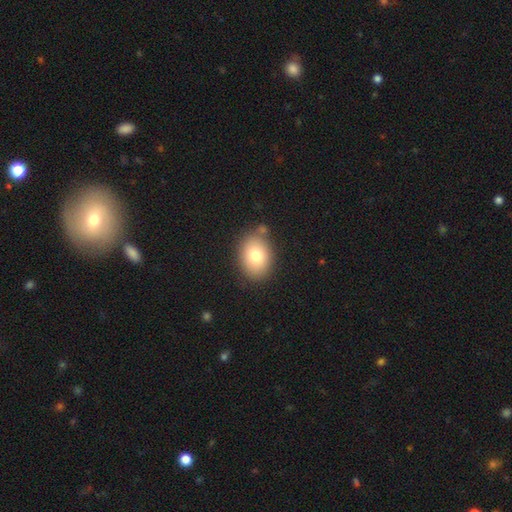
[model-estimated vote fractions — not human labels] This is likely a smooth galaxy (79%). How rounded: likely in between (70%). Merging: likely none (79%).